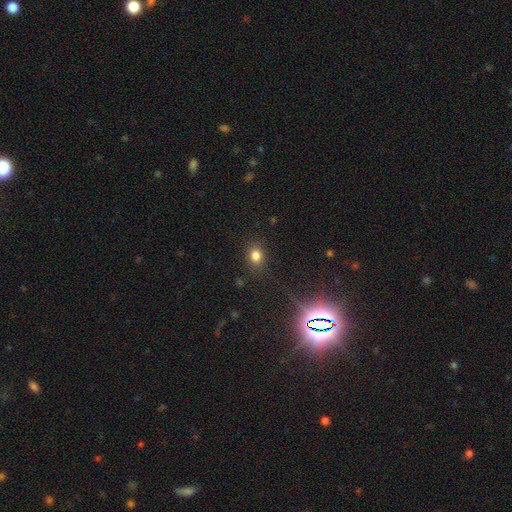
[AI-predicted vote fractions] A smooth galaxy with no disk features (79%) that is round (58%). Merging: none (85%).